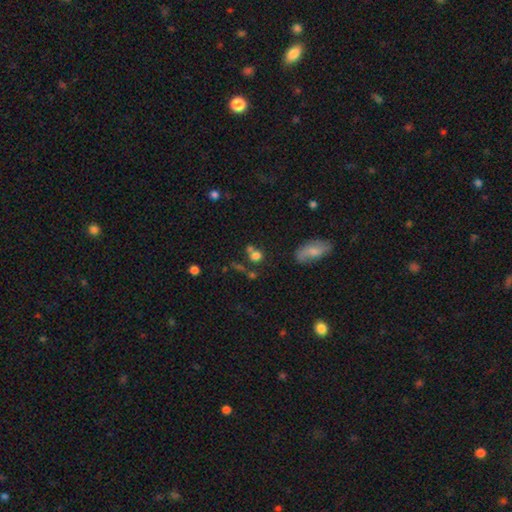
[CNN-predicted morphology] smooth-or-featured: smooth: 73% | star or artifact: 16% | featured or disk: 11%
  how-rounded: round: 73% | in between: 25% | cigar-shaped: 2%
  merging: none: 51% | merger: 31% | minor disturbance: 12% | major disturbance: 7%